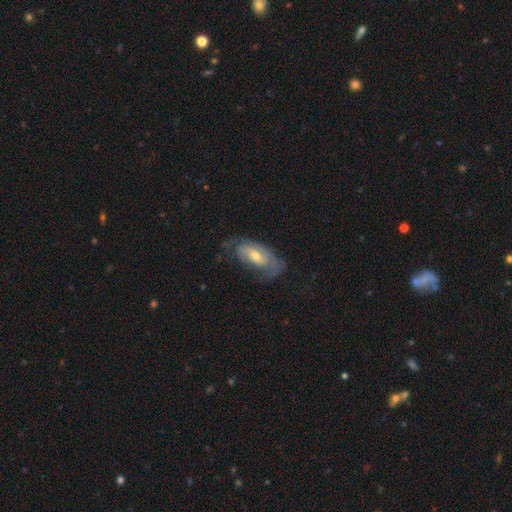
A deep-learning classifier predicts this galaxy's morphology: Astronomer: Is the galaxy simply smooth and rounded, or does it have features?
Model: featured or disk — 66%.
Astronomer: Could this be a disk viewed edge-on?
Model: no — 89%.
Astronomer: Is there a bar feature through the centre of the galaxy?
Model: no — 59%.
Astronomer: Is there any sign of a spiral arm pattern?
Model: yes — 76%.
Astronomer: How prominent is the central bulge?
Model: moderate — 56% (runner-up: small, 39%).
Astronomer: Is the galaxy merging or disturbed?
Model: none — 56%.